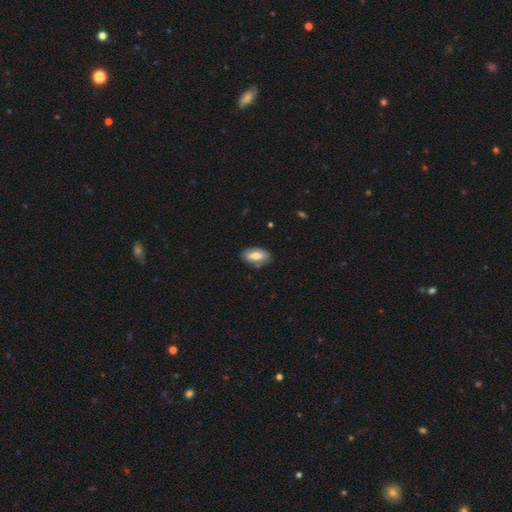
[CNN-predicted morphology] Smooth or featured? smooth (68%)
How rounded? in between (91%)
Merging? none (79%)